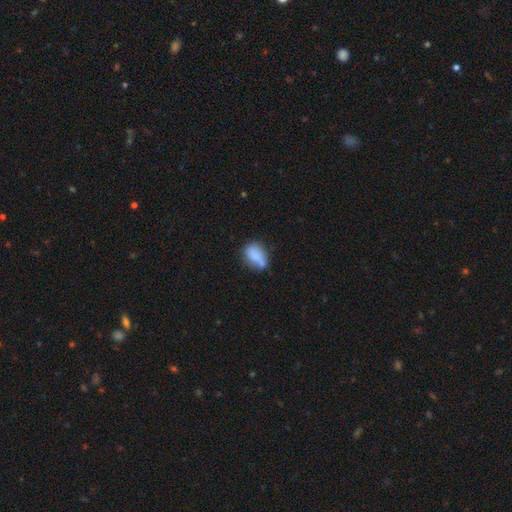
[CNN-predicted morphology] Overall: smooth (77%). How rounded: in between (80%). Merging: none (46%; minor disturbance 27%).